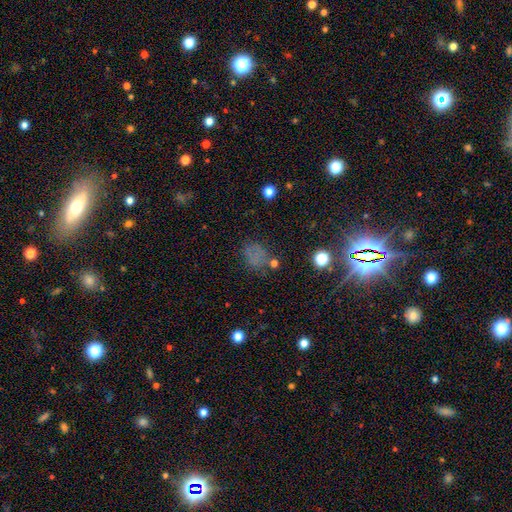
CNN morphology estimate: smooth-or-featured: smooth: 54% | star or artifact: 31% | featured or disk: 15%
  how-rounded: in between: 51% | round: 47% | cigar-shaped: 2%
  merging: none: 60% | minor disturbance: 20% | major disturbance: 14% | merger: 6%